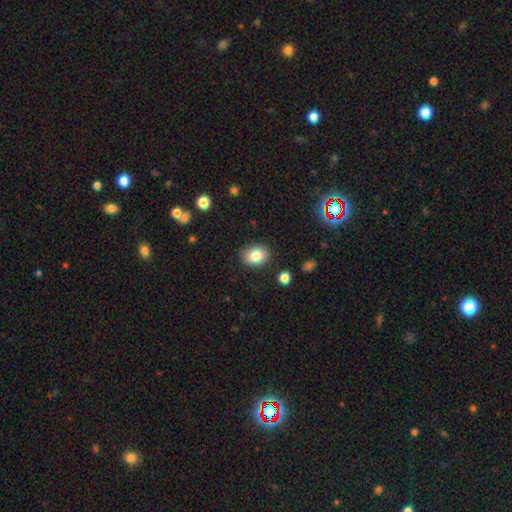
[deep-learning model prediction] smooth 82%, star or artifact 9%, featured or disk 8%. Down the decision tree: how rounded — in between (53%); merging — none (85%).